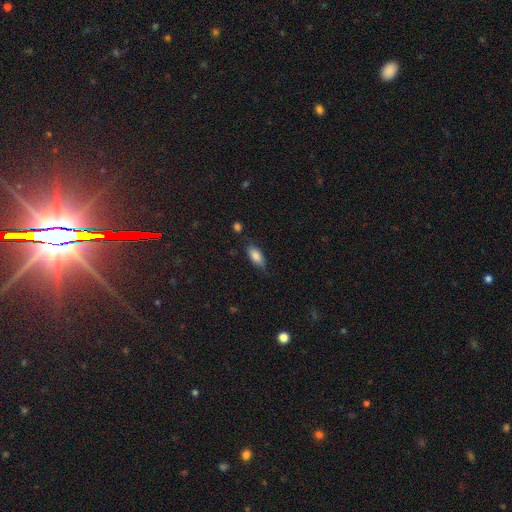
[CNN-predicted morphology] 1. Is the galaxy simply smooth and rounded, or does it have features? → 84% smooth, 9% featured or disk, 7% star or artifact.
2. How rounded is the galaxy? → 87% in between, 10% cigar-shaped, 3% round.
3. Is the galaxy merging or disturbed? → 74% none, 19% minor disturbance, 4% major disturbance, 2% merger.